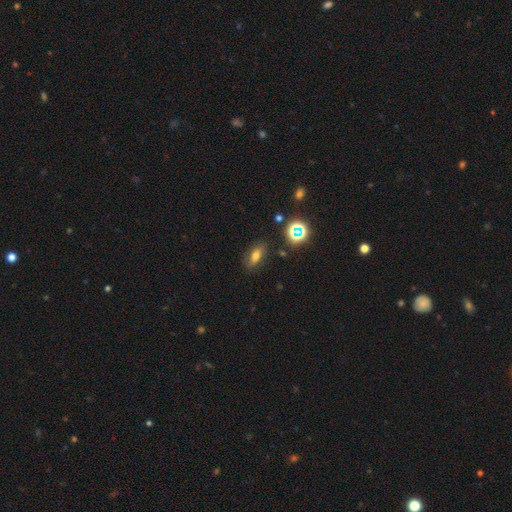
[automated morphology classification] This is likely a smooth galaxy (62%). How rounded: likely in between (74%). Merging: clearly none (81%).